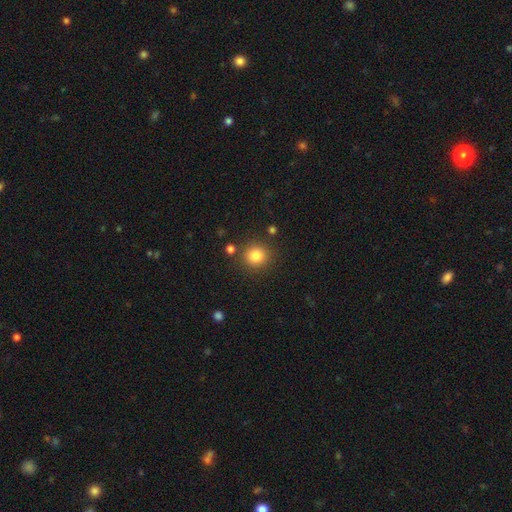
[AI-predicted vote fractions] This appears to be a smooth galaxy with no disk features (82%) that is round (92%). Merging: none (85%).